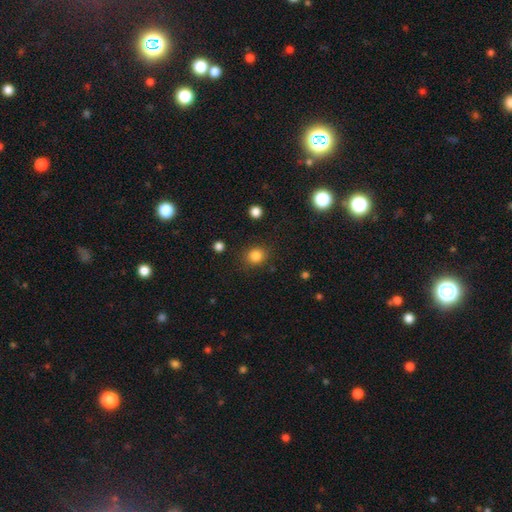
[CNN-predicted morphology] The model was most divided on "how rounded": round: 78%, in between: 21%, cigar-shaped: 1%. More confident: merging — none (85%); smooth or featured — smooth (84%).